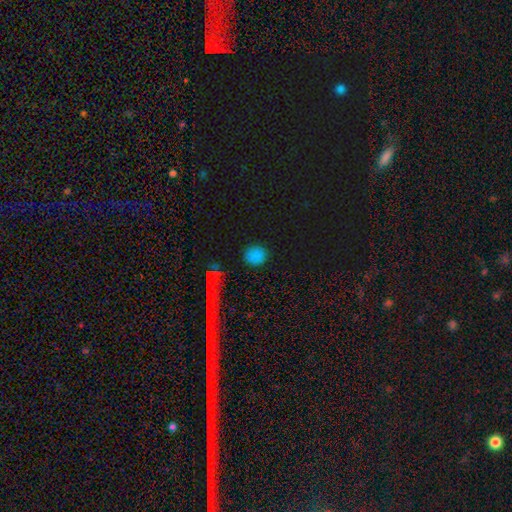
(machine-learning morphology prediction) A smooth galaxy with no disk features (78%) that is round (90%). Merging: none (89%).